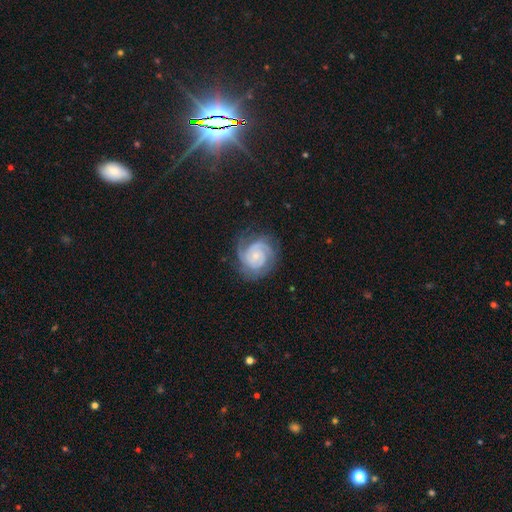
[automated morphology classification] smooth_or_featured: featured or disk (p=0.88) [alt: smooth p=0.07]
disk_edge_on: no (p=0.98) [alt: yes p=0.02]
bar: no (p=0.71) [alt: weak p=0.24]
has_spiral_arms: yes (p=0.98) [alt: no p=0.02]
spiral_winding: tight (p=0.71) [alt: medium p=0.25]
spiral_arm_count: 2 (p=0.42) [alt: 3 p=0.30]
bulge_size: small (p=0.70) [alt: moderate p=0.23]
merging: none (p=0.74) [alt: minor disturbance p=0.17]